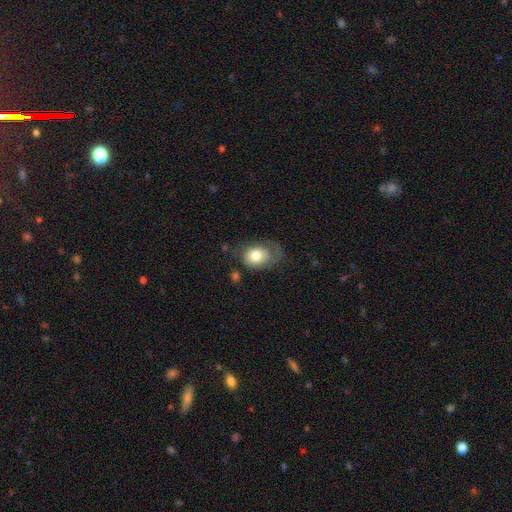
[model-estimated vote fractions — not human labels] Morphology: type=smooth (72%); roundness=in between (60%); merging=none (39%).